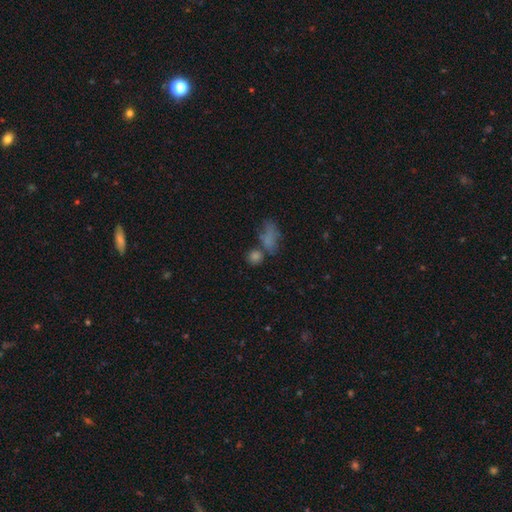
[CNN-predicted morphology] smooth_or_featured: smooth (p=0.66) [alt: star or artifact p=0.22]
how_rounded: in between (p=0.47) [alt: round p=0.46]
merging: none (p=0.49) [alt: merger p=0.27]